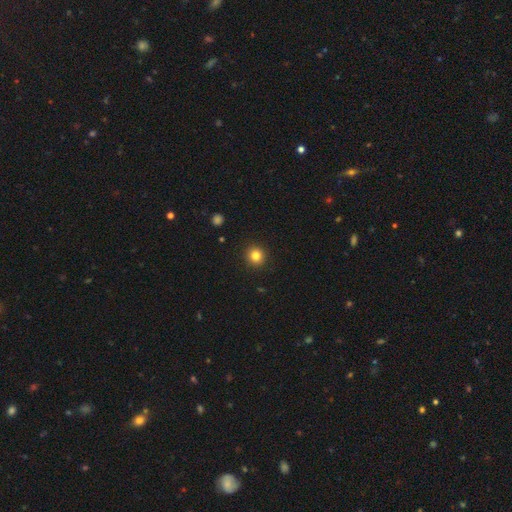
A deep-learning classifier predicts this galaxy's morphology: Smooth or featured? Predicted: smooth (p=0.82). How rounded? Predicted: round (p=0.93). Merging? Predicted: none (p=0.93).